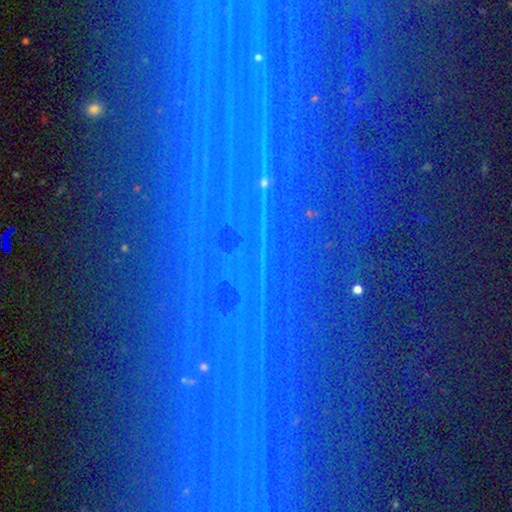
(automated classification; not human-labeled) Smooth or featured?
  - star or artifact: 82% *
  - featured or disk: 9%
  - smooth: 9%